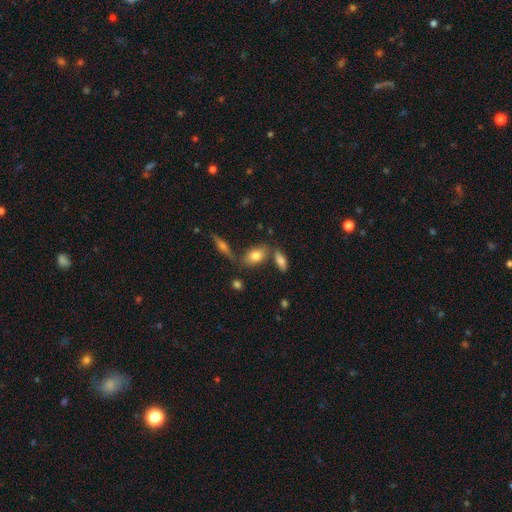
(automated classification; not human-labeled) This is likely a smooth galaxy (76%). How rounded: clearly in between (88%). Merging: likely none (69%).